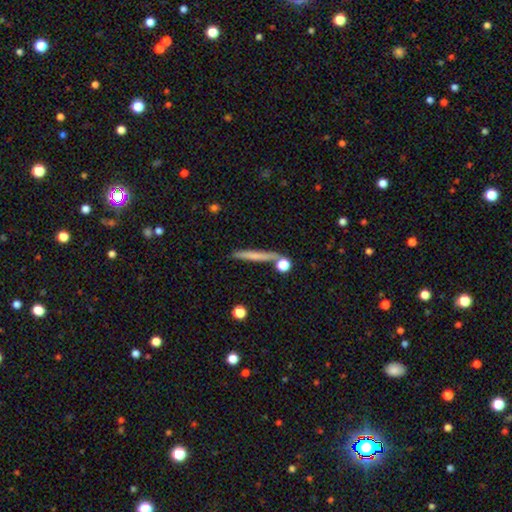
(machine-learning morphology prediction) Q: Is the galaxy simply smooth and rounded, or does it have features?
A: smooth — 61%.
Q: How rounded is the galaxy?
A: cigar-shaped — 94%.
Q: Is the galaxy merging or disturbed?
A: none — 80%.